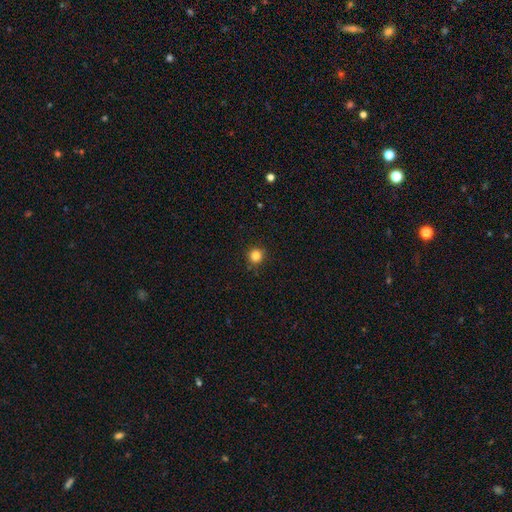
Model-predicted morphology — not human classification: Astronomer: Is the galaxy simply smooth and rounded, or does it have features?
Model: smooth — 84%.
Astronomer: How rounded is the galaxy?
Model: round — 94%.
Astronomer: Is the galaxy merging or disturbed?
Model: none — 90%.